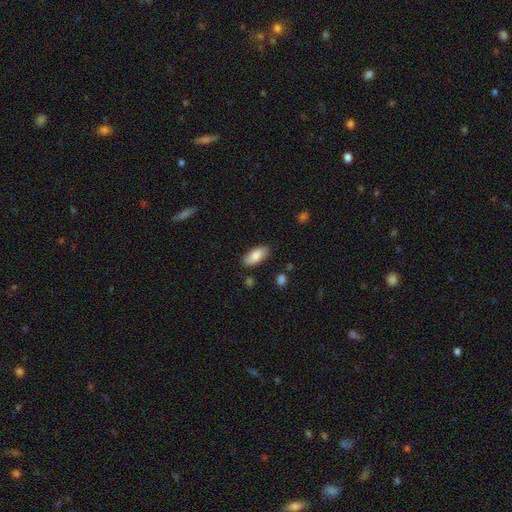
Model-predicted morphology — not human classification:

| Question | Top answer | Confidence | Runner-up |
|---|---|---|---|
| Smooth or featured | smooth | 83% | featured or disk (11%) |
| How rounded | in between | 90% | cigar-shaped (8%) |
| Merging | none | 85% | minor disturbance (11%) |